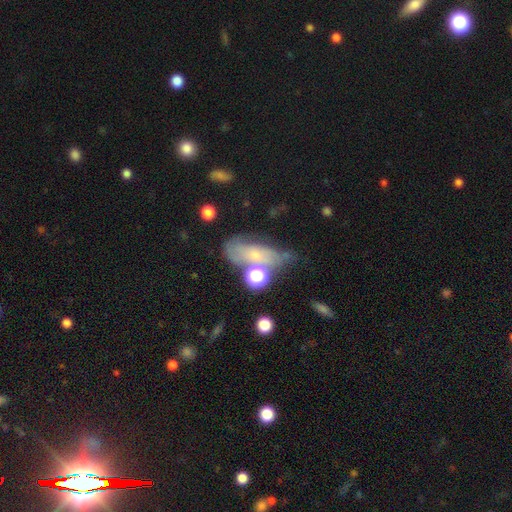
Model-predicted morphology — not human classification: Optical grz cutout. It shows a smooth galaxy with no disk features (45%). Merging: none (38%).